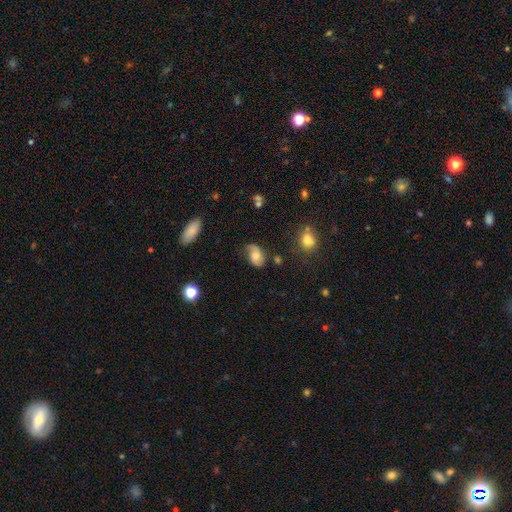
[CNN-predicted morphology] Smooth or featured? featured or disk (46%)
Merging? none (57%)